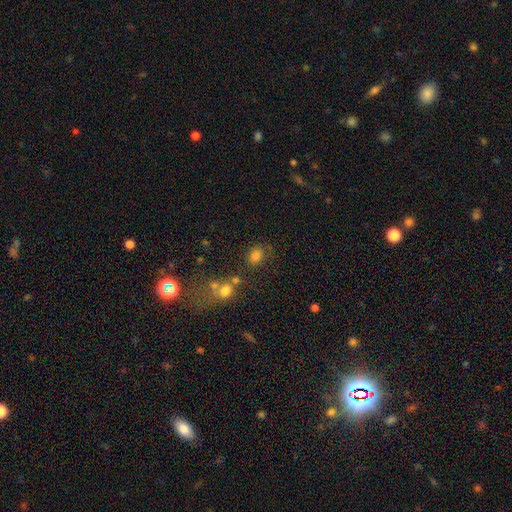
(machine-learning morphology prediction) Smooth or featured?
  - smooth: 77% *
  - star or artifact: 16%
  - featured or disk: 8%
How rounded?
  - round: 51% *
  - in between: 47%
  - cigar-shaped: 1%
Merging?
  - none: 63% *
  - minor disturbance: 16%
  - merger: 13%
  - major disturbance: 9%